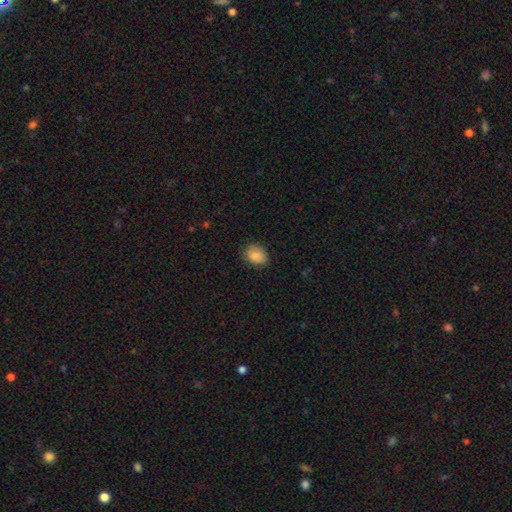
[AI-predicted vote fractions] Overall: smooth (85%). How rounded: in between (57%; round 43%). Merging: none (82%).